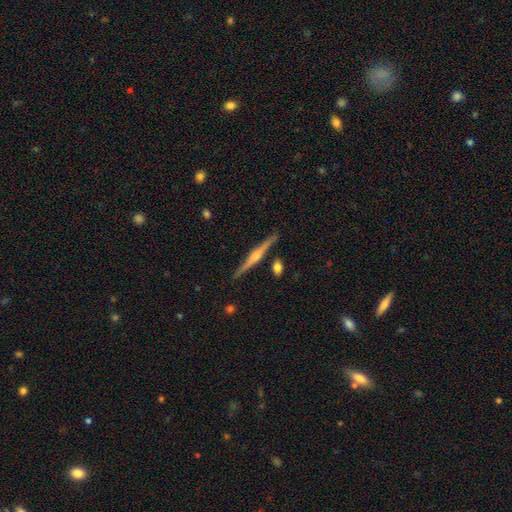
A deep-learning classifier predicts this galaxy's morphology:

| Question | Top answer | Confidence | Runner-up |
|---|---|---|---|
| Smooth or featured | featured or disk | 79% | smooth (16%) |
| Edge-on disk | yes | 98% | no (2%) |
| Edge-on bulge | rounded | 86% | boxy (7%) |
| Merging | none | 88% | minor disturbance (7%) |